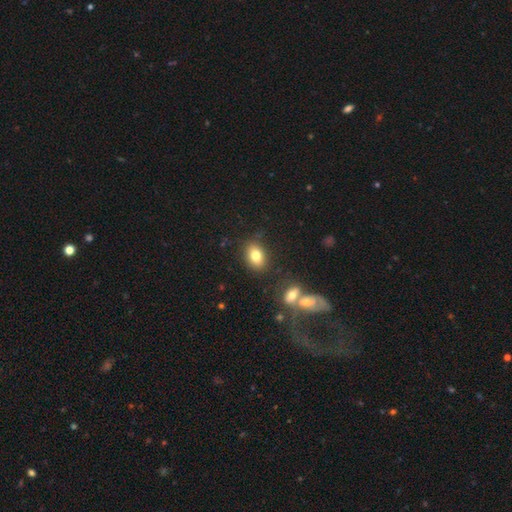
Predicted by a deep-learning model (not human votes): The model was most divided on "how rounded": in between: 77%, round: 21%, cigar-shaped: 1%. More confident: merging — none (83%); smooth or featured — smooth (80%).